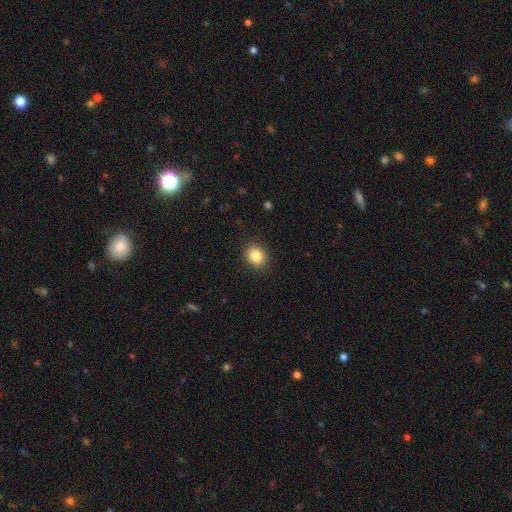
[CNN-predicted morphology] Smooth or featured?
  - smooth: 85% *
  - star or artifact: 10%
  - featured or disk: 5%
How rounded?
  - round: 59% *
  - in between: 41%
  - cigar-shaped: 1%
Merging?
  - none: 89% *
  - minor disturbance: 8%
  - major disturbance: 2%
  - merger: 1%